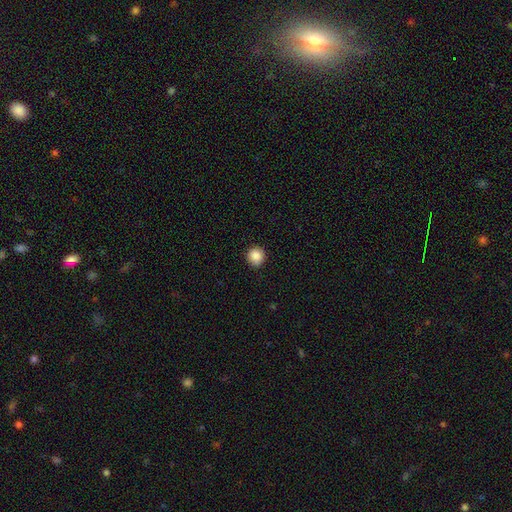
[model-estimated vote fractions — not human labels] Smooth or featured? smooth (87%)
How rounded? round (93%)
Merging? none (89%)